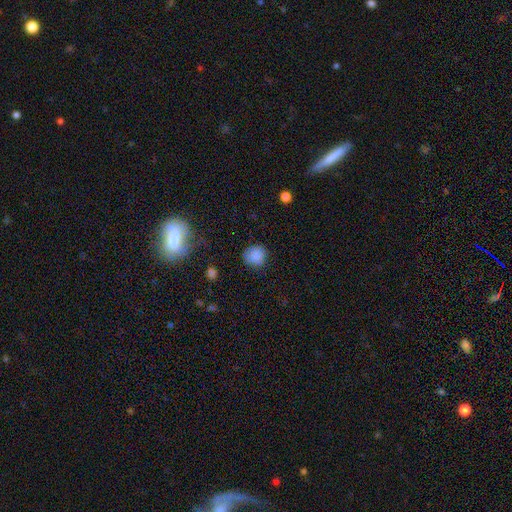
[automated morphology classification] type=smooth (85%); roundness=round (83%); merging=none (77%).